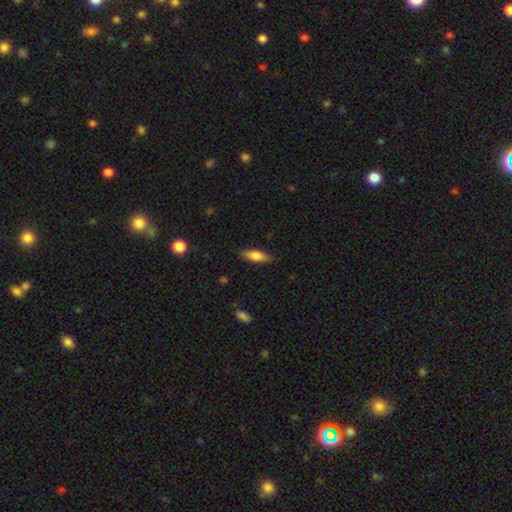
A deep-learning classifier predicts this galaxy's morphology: Q: Smooth or featured?
A: smooth (71%); runner-up: featured or disk (22%)
Q: How rounded?
A: in between (52%); runner-up: cigar-shaped (45%)
Q: Merging?
A: none (87%); runner-up: minor disturbance (10%)